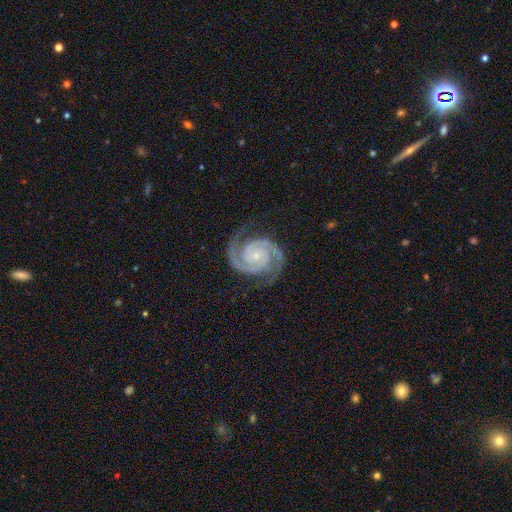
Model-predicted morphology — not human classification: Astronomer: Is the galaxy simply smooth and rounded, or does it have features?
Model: featured or disk — 94%.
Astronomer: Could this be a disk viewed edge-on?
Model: no — 98%.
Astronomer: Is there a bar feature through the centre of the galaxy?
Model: no — 74%.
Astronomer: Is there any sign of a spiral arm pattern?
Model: yes — 99%.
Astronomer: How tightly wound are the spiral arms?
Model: tight — 58% (runner-up: medium, 38%).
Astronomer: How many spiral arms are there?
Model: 2 — 93%.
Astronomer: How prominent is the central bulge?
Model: small — 76%.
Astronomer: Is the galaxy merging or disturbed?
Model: none — 82%.